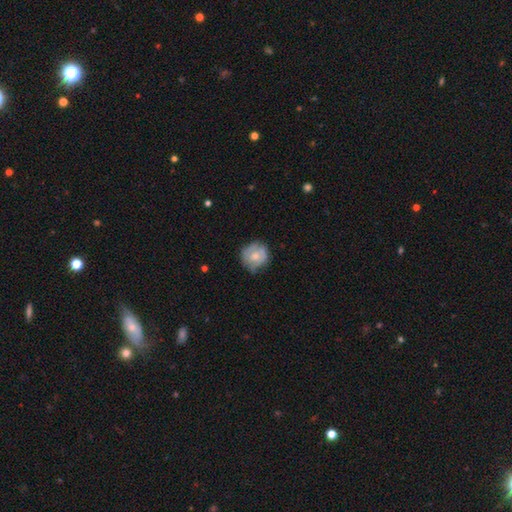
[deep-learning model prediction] smooth 49%, featured or disk 45%, star or artifact 6%. Down the decision tree: merging — none (62%).